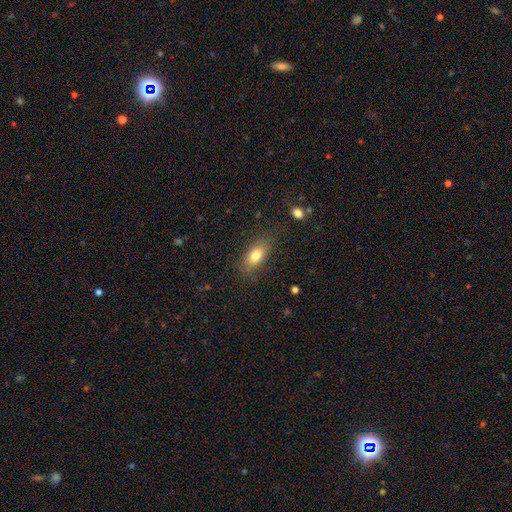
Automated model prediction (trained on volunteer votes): Smooth or featured?
  - smooth: 79% *
  - featured or disk: 13%
  - star or artifact: 8%
How rounded?
  - in between: 83% *
  - cigar-shaped: 10%
  - round: 7%
Merging?
  - none: 78% *
  - minor disturbance: 15%
  - major disturbance: 5%
  - merger: 1%